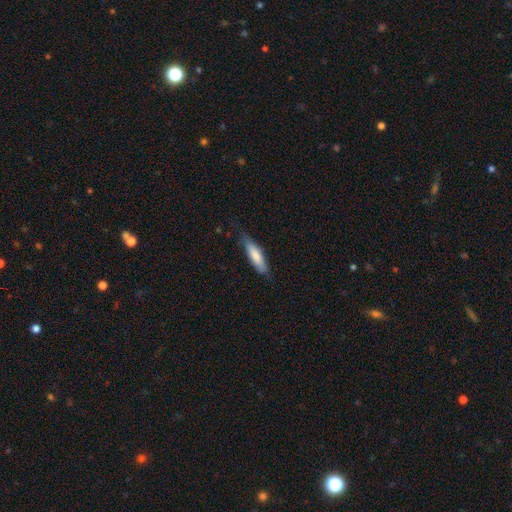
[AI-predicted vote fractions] A smooth galaxy with no disk features (79%) that is cigar-shaped (63%). Merging: none (69%).